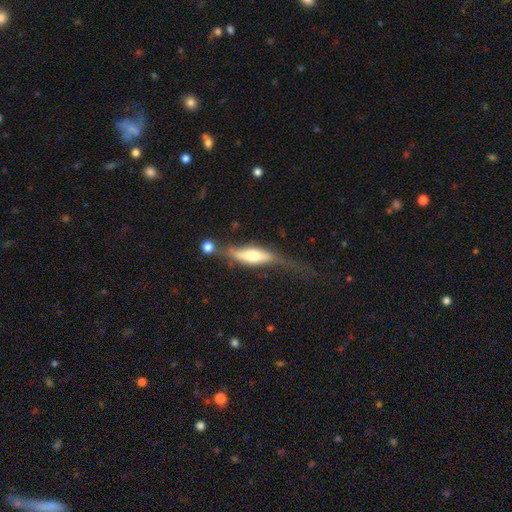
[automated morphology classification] smooth_or_featured: featured or disk (p=0.48) [alt: smooth p=0.46]
merging: none (p=0.36) [alt: minor disturbance p=0.27]